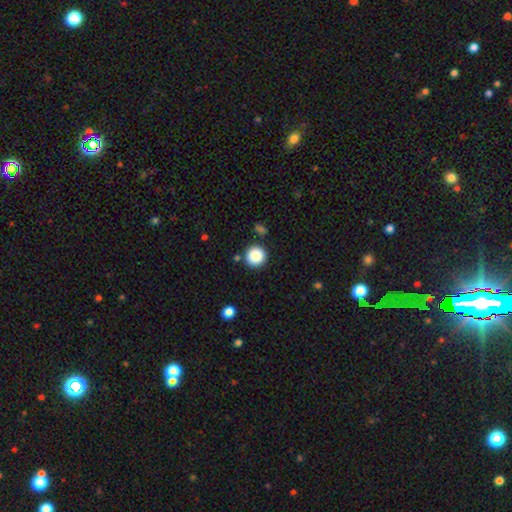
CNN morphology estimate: Smooth or featured? Predicted: smooth (p=0.87). How rounded? Predicted: round (p=0.95). Merging? Predicted: none (p=0.87).